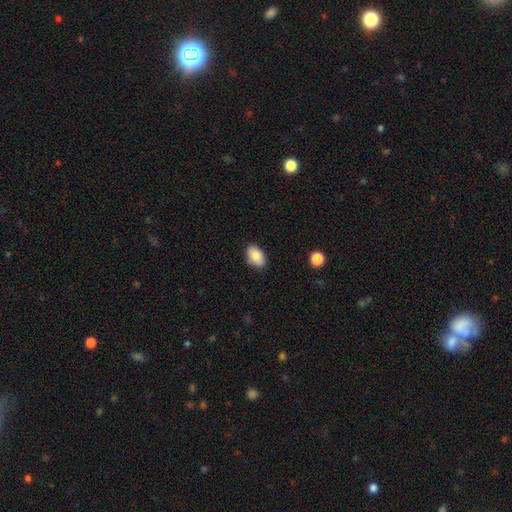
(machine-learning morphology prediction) smooth_or_featured: smooth (p=0.87) [alt: star or artifact p=0.07]
how_rounded: in between (p=0.90) [alt: round p=0.09]
merging: none (p=0.84) [alt: minor disturbance p=0.13]